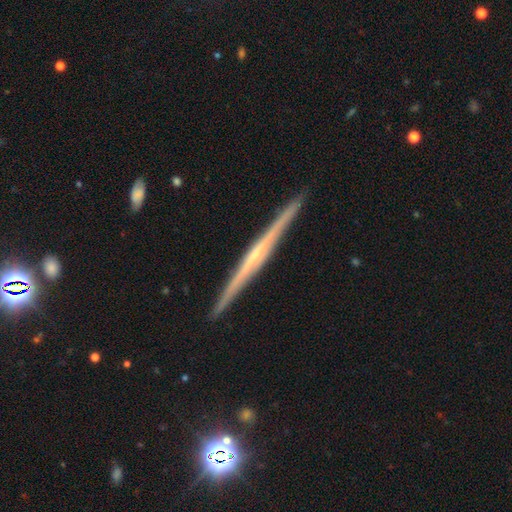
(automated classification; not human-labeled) Q: Smooth or featured?
A: featured or disk (82%); runner-up: smooth (13%)
Q: Edge-on disk?
A: yes (98%); runner-up: no (2%)
Q: Edge-on bulge?
A: rounded (49%); runner-up: none (41%)
Q: Merging?
A: none (92%); runner-up: minor disturbance (5%)